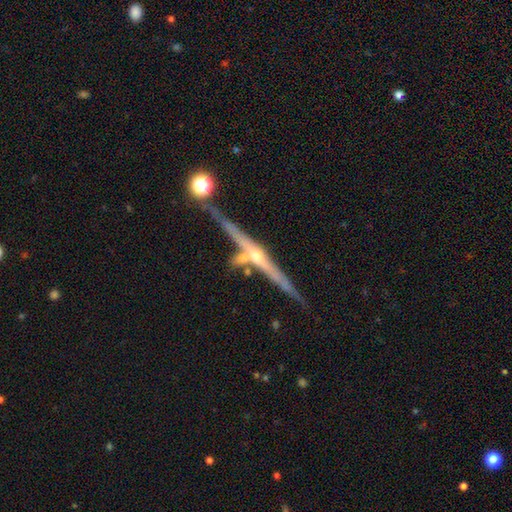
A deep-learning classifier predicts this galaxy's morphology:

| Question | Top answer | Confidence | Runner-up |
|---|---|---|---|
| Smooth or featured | featured or disk | 82% | smooth (12%) |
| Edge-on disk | yes | 97% | no (3%) |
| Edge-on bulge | rounded | 82% | none (12%) |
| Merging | none | 70% | merger (13%) |